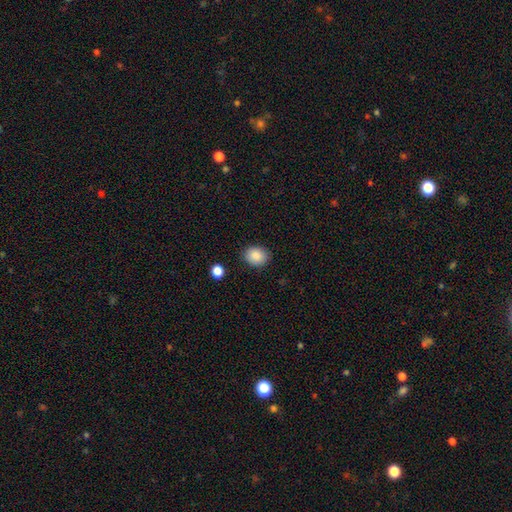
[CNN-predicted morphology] This appears to be a smooth galaxy with no disk features (88%) that is round (53%). Merging: none (86%).